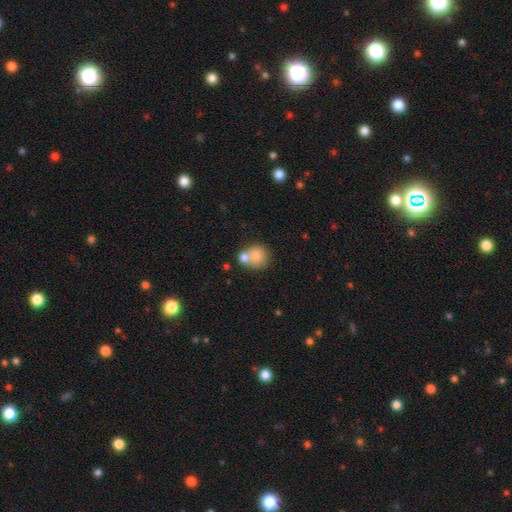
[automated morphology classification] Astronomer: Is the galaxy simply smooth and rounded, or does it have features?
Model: smooth — 77%.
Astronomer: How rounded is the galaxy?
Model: round — 82%.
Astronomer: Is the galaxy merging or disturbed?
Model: merger — 46% (runner-up: none, 39%).